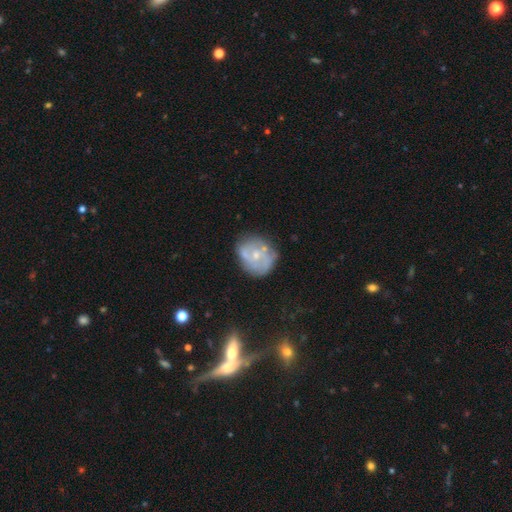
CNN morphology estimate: This is possibly a featured or disk galaxy (60%). It is clearly not viewed edge-on (98%). Bar: clearly no (82%). Spiral arm pattern: likely no (60%). Central bulge: likely small (60%). Merging: possibly none (56%).